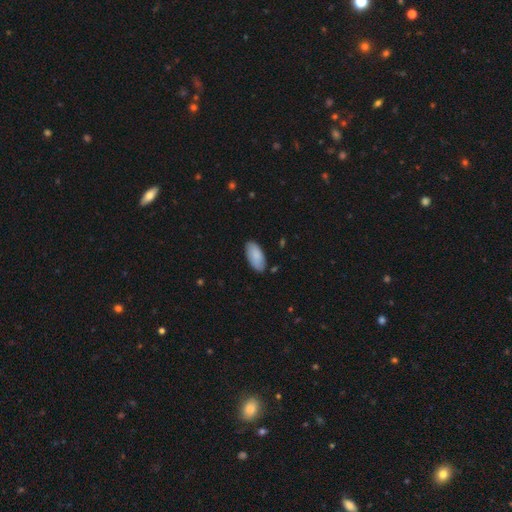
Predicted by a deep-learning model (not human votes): This is clearly a smooth galaxy (87%). How rounded: clearly in between (93%). Merging: clearly none (84%).